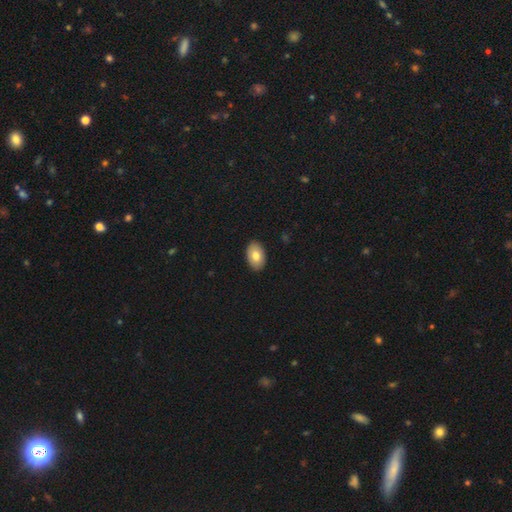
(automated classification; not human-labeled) Smooth or featured? smooth (78%)
How rounded? in between (90%)
Merging? none (90%)